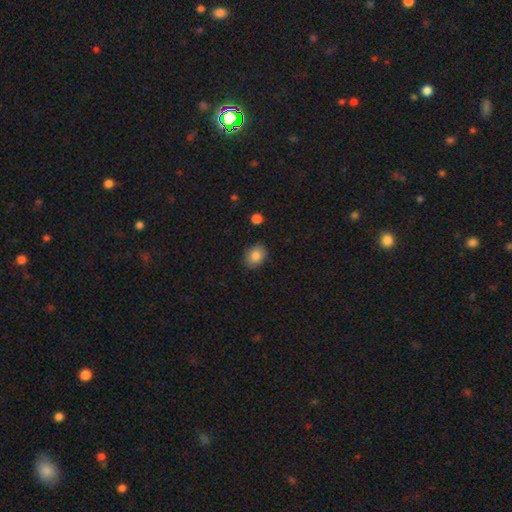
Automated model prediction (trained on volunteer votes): Smooth or featured?
  - smooth: 85% *
  - star or artifact: 8%
  - featured or disk: 7%
How rounded?
  - in between: 59% *
  - round: 40%
  - cigar-shaped: 1%
Merging?
  - none: 85% *
  - minor disturbance: 11%
  - major disturbance: 2%
  - merger: 2%